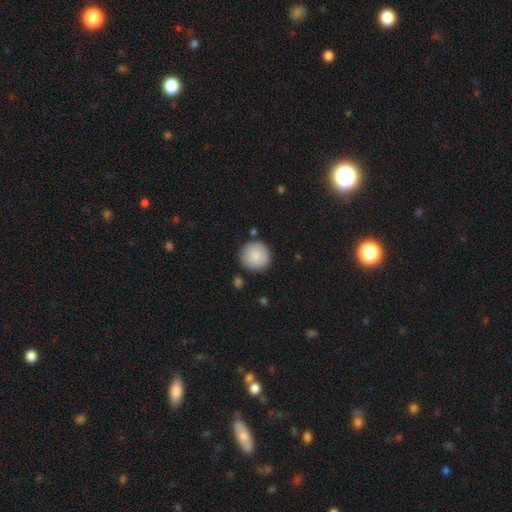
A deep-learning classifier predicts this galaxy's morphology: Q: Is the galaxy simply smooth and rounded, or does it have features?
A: smooth — 89%.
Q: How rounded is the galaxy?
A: round — 95%.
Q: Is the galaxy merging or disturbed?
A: none — 85%.